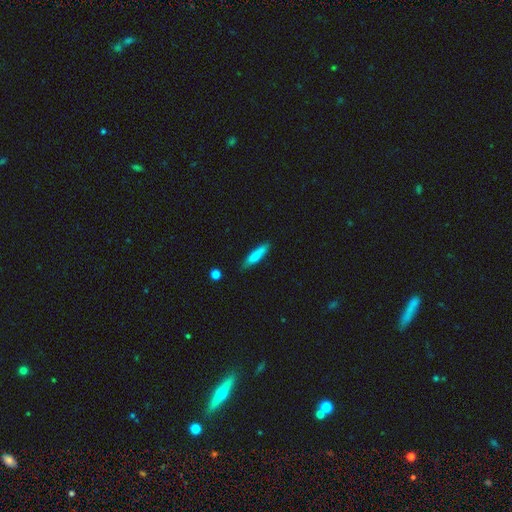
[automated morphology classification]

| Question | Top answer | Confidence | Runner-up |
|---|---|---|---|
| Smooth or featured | smooth | 76% | featured or disk (18%) |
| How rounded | cigar-shaped | 80% | in between (18%) |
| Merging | none | 81% | minor disturbance (15%) |